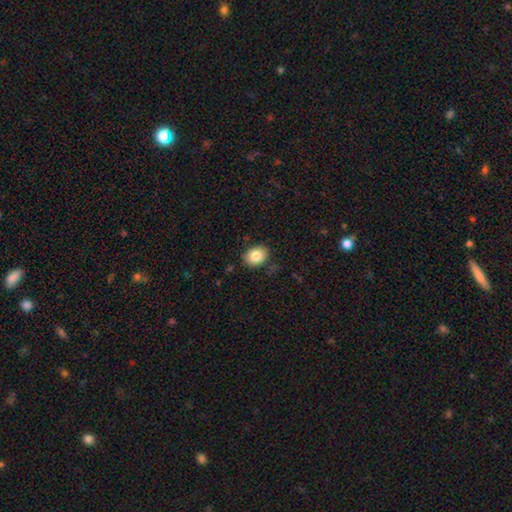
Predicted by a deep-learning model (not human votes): Smooth or featured? smooth (83%)
How rounded? in between (63%)
Merging? none (86%)